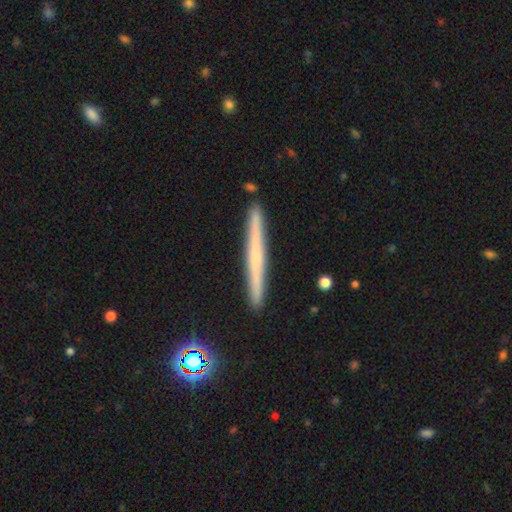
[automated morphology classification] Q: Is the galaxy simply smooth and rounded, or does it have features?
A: featured or disk — 48%.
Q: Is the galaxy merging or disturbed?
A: none — 92%.